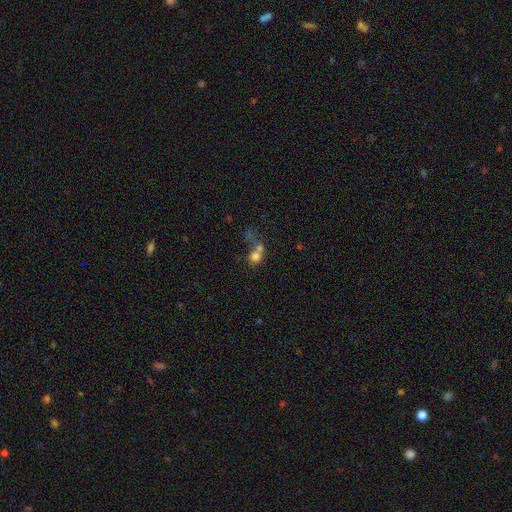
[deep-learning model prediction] smooth 72%, featured or disk 15%, star or artifact 13%. Down the decision tree: how rounded — round (73%); merging — merger (59%).